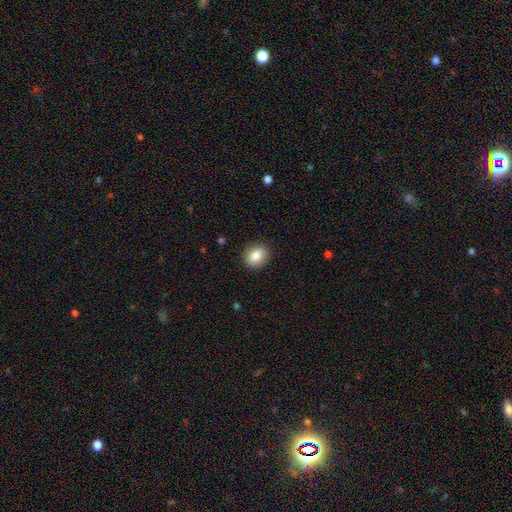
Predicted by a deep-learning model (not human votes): smooth 83%, star or artifact 8%, featured or disk 8%. Down the decision tree: how rounded — round (51%); merging — none (88%).